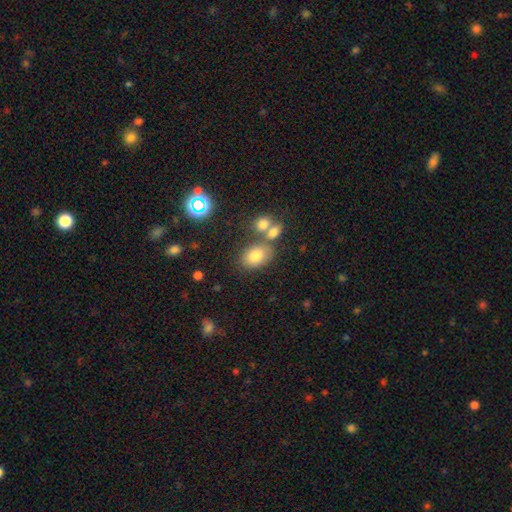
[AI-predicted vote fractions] Smooth or featured? Predicted: smooth (p=0.77). How rounded? Predicted: in between (p=0.77). Merging? Predicted: none (p=0.60).